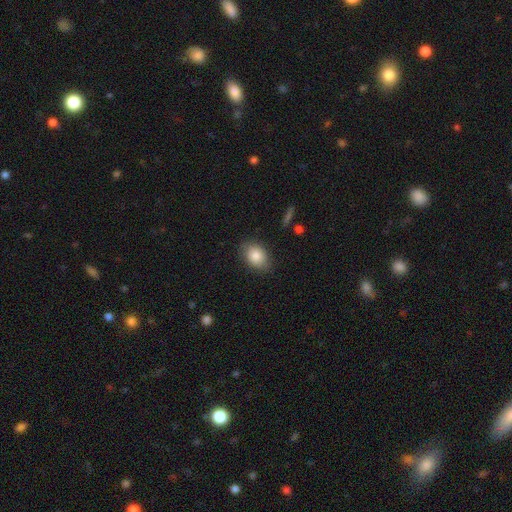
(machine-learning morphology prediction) smooth-or-featured: smooth: 85% | featured or disk: 8% | star or artifact: 8%
  how-rounded: in between: 75% | round: 23% | cigar-shaped: 1%
  merging: none: 82% | minor disturbance: 13% | major disturbance: 3% | merger: 1%